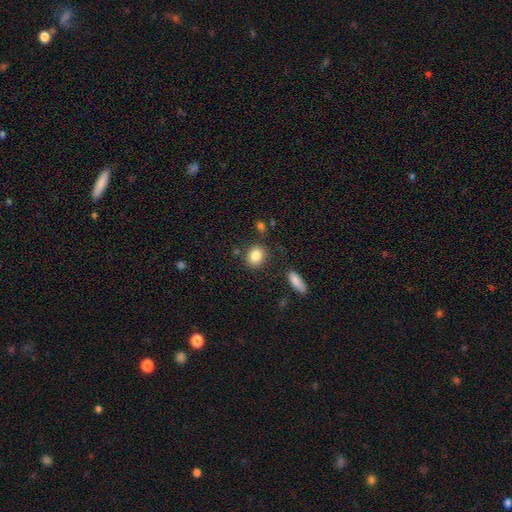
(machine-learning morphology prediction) Smooth or featured? Predicted: smooth (p=0.85). How rounded? Predicted: round (p=0.66). Merging? Predicted: none (p=0.83).